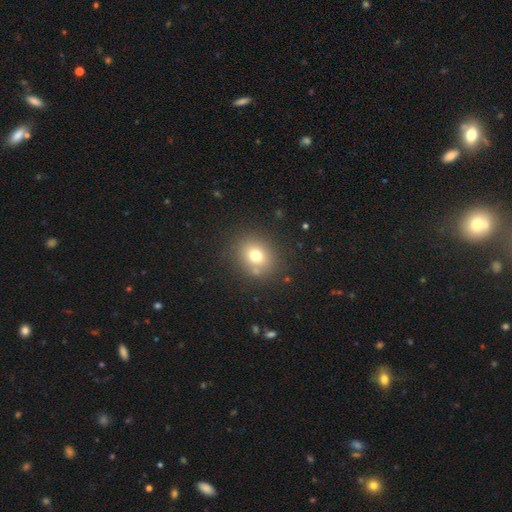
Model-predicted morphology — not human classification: smooth-or-featured: smooth: 73% | star or artifact: 15% | featured or disk: 12%
  how-rounded: round: 71% | in between: 28% | cigar-shaped: 1%
  merging: none: 82% | minor disturbance: 10% | merger: 4% | major disturbance: 4%